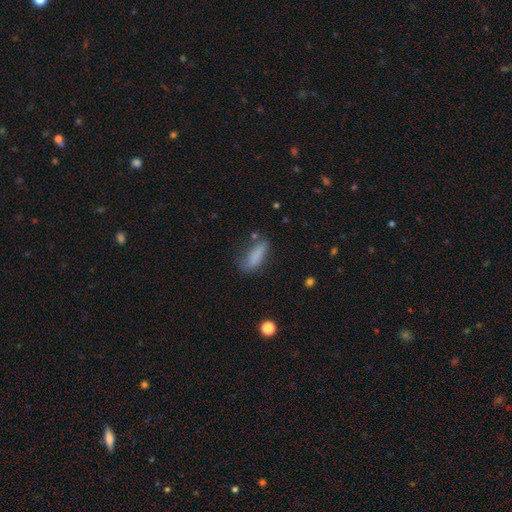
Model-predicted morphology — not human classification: Smooth or featured? smooth (81%)
How rounded? in between (60%)
Merging? none (61%)